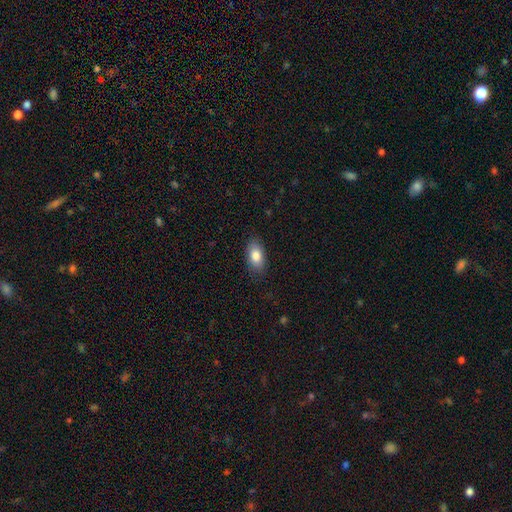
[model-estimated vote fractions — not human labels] smooth_or_featured: smooth (p=0.84) [alt: featured or disk p=0.09]
how_rounded: in between (p=0.91) [alt: round p=0.05]
merging: none (p=0.84) [alt: minor disturbance p=0.12]